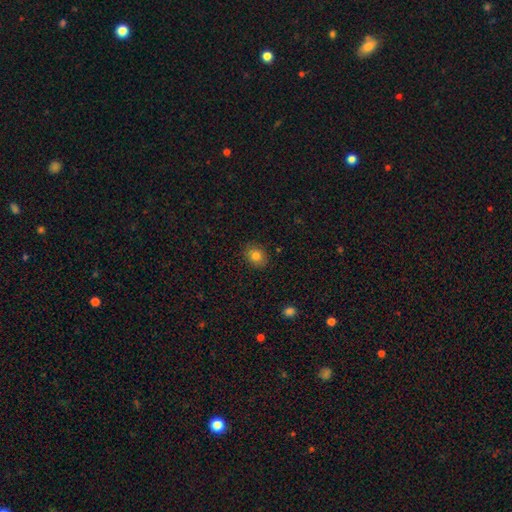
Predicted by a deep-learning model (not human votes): Smooth or featured?
  - smooth: 81% *
  - star or artifact: 11%
  - featured or disk: 8%
How rounded?
  - round: 51% *
  - in between: 48%
  - cigar-shaped: 1%
Merging?
  - none: 87% *
  - minor disturbance: 10%
  - major disturbance: 2%
  - merger: 1%